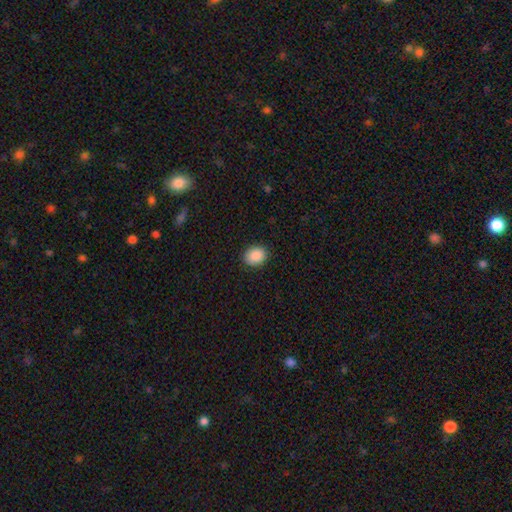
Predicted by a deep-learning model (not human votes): smooth_or_featured: smooth (p=0.89) [alt: star or artifact p=0.08]
how_rounded: round (p=0.55) [alt: in between p=0.44]
merging: none (p=0.90) [alt: minor disturbance p=0.07]